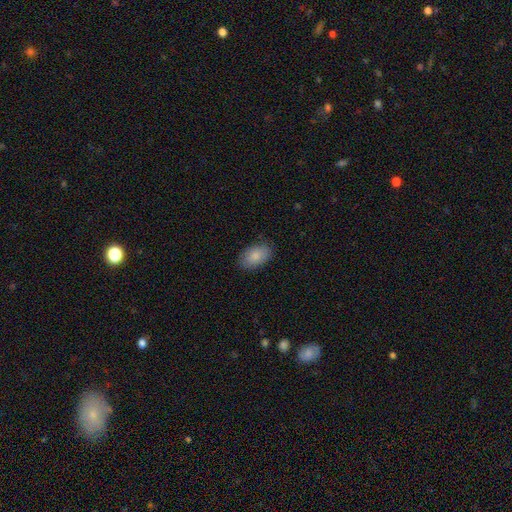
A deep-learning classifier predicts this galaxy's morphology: type=smooth (86%); roundness=in between (93%); merging=none (85%).